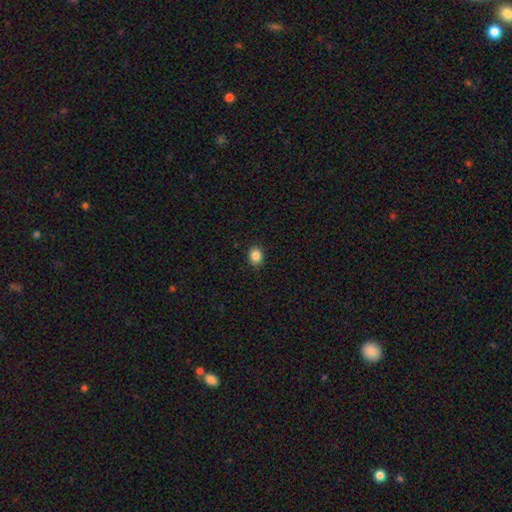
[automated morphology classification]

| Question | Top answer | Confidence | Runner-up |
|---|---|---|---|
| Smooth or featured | smooth | 86% | star or artifact (10%) |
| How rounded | round | 55% | in between (44%) |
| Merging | none | 90% | minor disturbance (7%) |